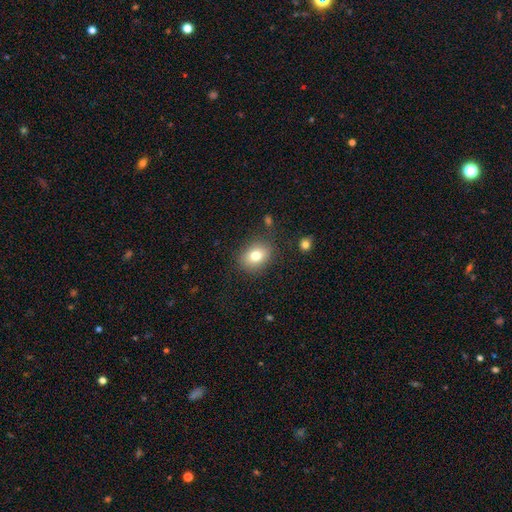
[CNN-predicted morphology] This is likely a smooth galaxy (78%). How rounded: possibly in between (55%). Merging: clearly none (83%).